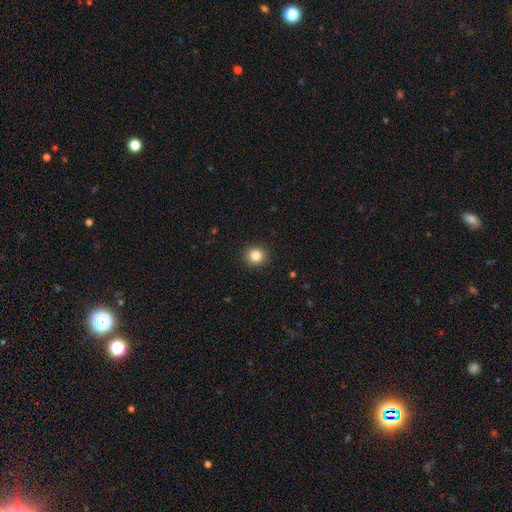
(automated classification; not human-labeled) This is clearly a smooth galaxy (85%). How rounded: clearly round (91%). Merging: clearly none (91%).